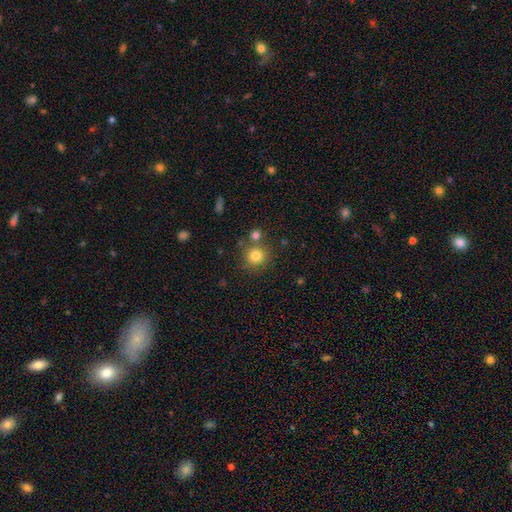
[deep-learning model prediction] A smooth galaxy with no disk features (80%) that is round (93%). Merging: none (75%).